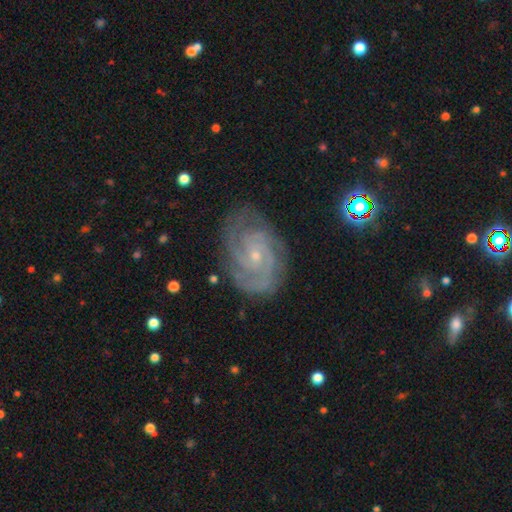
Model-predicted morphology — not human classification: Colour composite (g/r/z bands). It shows a featured or disk galaxy (89%) with no bar (67%), 2 (38%) tight (68%) spiral arms (98%) and a small central bulge (82%). Merging: none (78%).